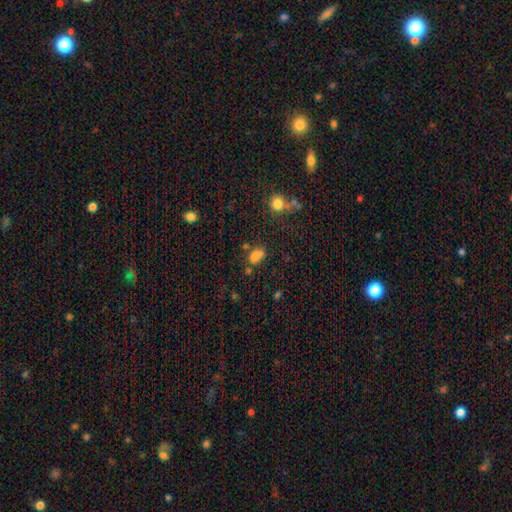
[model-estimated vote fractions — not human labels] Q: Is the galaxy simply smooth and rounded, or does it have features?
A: smooth — 77%.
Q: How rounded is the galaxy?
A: in between — 81%.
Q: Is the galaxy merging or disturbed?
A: none — 56%.